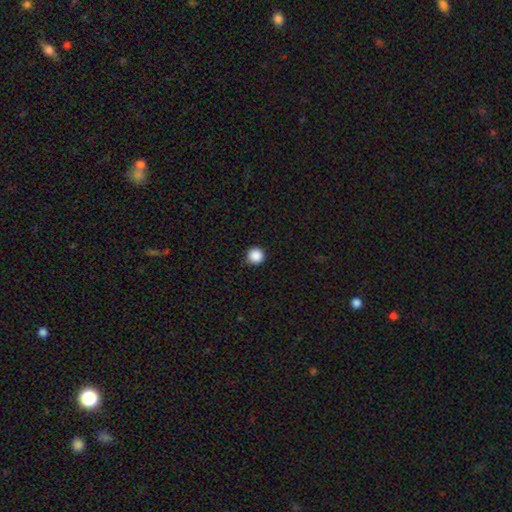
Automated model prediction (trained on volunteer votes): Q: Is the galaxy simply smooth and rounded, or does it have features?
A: smooth — 88%.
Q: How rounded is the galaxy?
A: round — 96%.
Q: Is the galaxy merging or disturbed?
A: none — 91%.